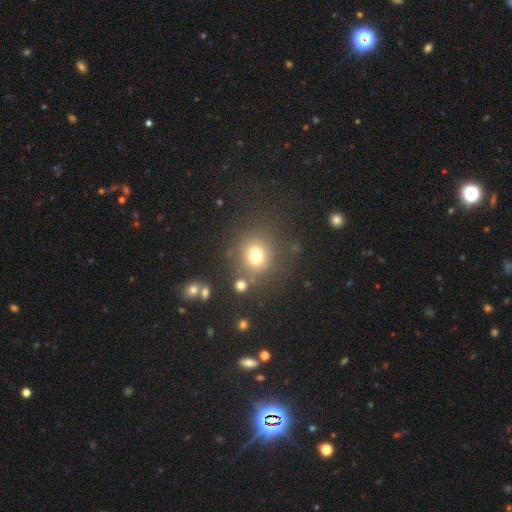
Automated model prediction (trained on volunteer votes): Overall: smooth (73%). How rounded: round (88%). Merging: none (77%).